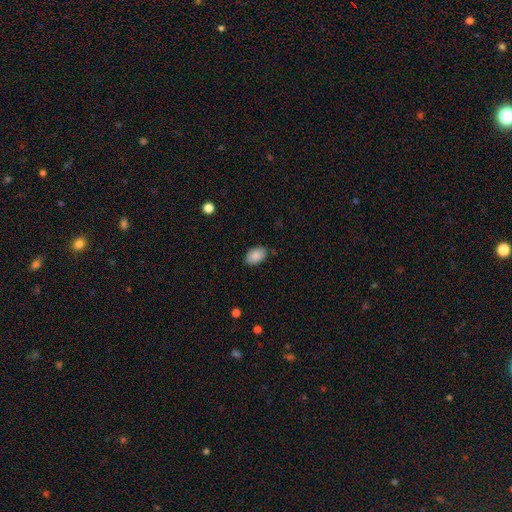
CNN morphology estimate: Q: Smooth or featured?
A: smooth (88%); runner-up: star or artifact (7%)
Q: How rounded?
A: in between (90%); runner-up: round (9%)
Q: Merging?
A: none (84%); runner-up: minor disturbance (12%)